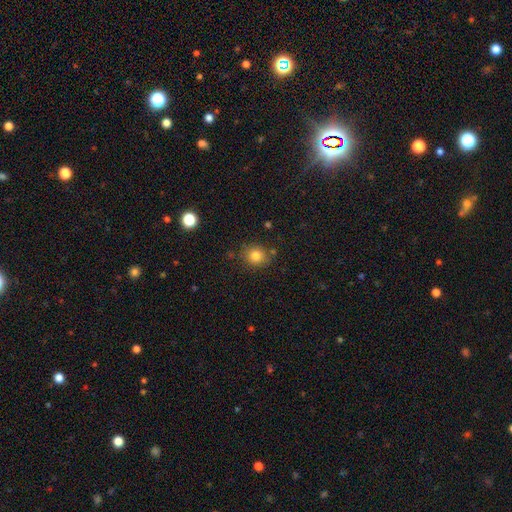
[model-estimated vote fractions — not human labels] The model was most divided on "how rounded": round: 79%, in between: 20%, cigar-shaped: 1%. More confident: smooth or featured — smooth (82%); merging — none (80%).